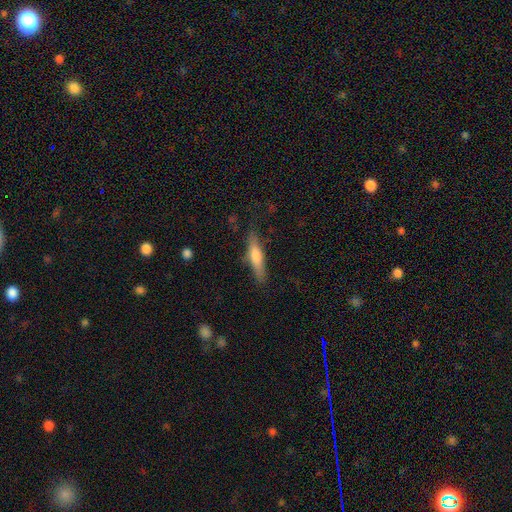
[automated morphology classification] This is possibly a smooth galaxy (58%). How rounded: clearly cigar-shaped (81%). Merging: clearly none (81%).